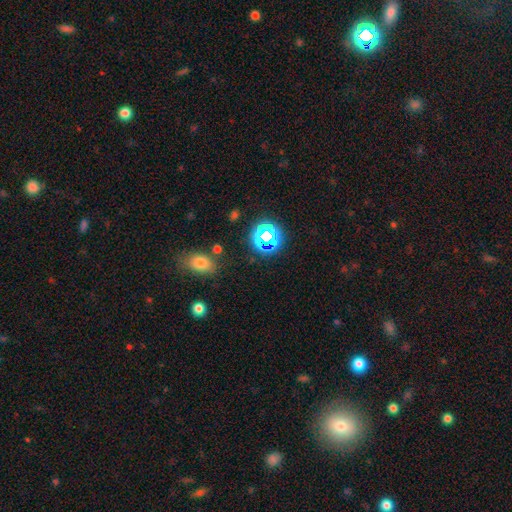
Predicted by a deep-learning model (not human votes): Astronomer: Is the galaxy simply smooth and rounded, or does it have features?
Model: smooth — 52% (runner-up: star or artifact, 39%).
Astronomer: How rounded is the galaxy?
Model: round — 60% (runner-up: in between, 36%).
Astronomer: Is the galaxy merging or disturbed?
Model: none — 81%.